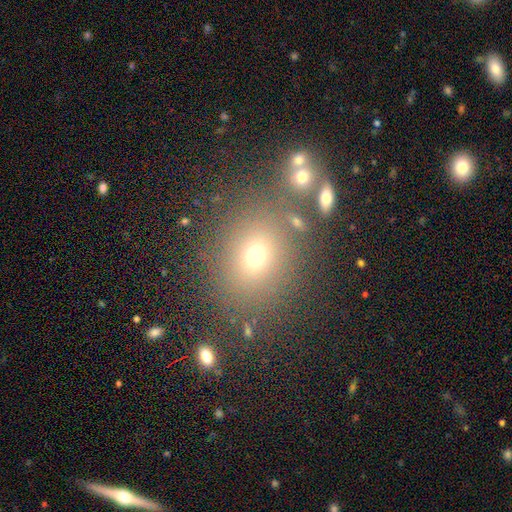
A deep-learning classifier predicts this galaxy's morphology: The model was most divided on "how rounded": round: 68%, in between: 30%, cigar-shaped: 1%. More confident: merging — none (78%); smooth or featured — smooth (64%).